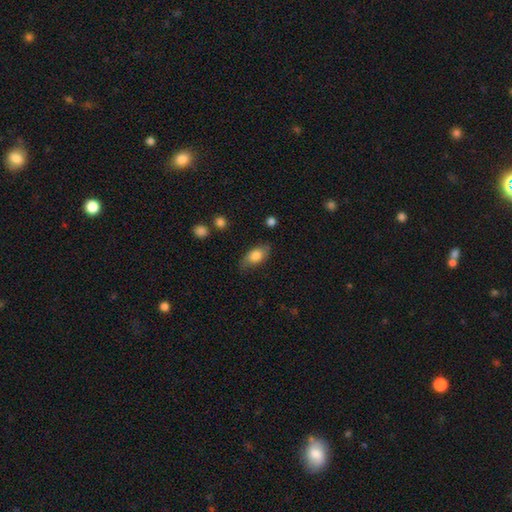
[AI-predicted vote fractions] Overall: smooth (78%). How rounded: in between (87%). Merging: none (77%).